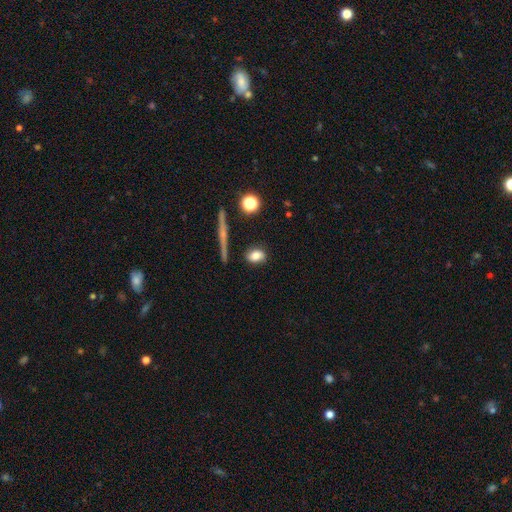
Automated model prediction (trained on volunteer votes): smooth_or_featured: smooth (p=0.78) [alt: featured or disk p=0.12]
how_rounded: in between (p=0.72) [alt: round p=0.23]
merging: none (p=0.83) [alt: minor disturbance p=0.11]